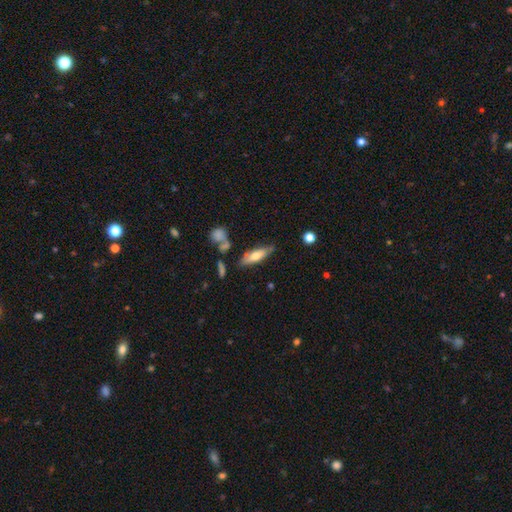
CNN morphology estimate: smooth_or_featured: smooth (p=0.62) [alt: featured or disk p=0.32]
how_rounded: cigar-shaped (p=0.54) [alt: in between p=0.44]
merging: none (p=0.67) [alt: minor disturbance p=0.20]